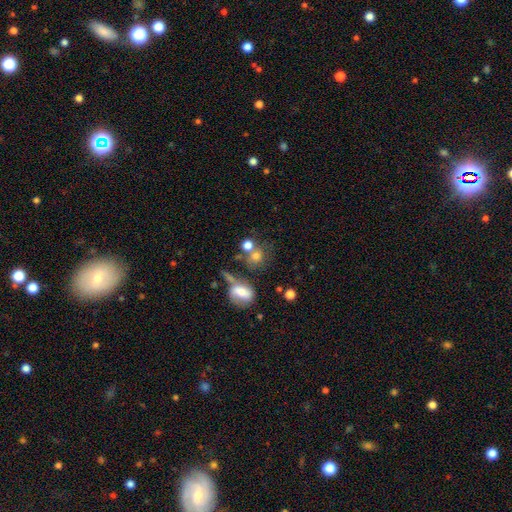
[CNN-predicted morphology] A smooth galaxy with no disk features (72%) that is round (72%).

Vote fractions:
- Smooth or featured? smooth: 72% / featured or disk: 15% / star or artifact: 14%
- How rounded? round: 72% / in between: 26% / cigar-shaped: 2%
- Merging? none: 43% / merger: 34% / minor disturbance: 13% / major disturbance: 10%